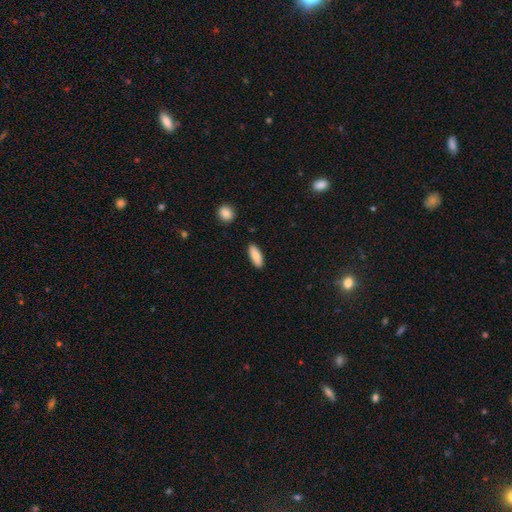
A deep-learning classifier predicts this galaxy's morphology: Smooth or featured: smooth — 85% (featured or disk — 9%)
How rounded: in between — 73% (cigar-shaped — 25%)
Merging: none — 88% (minor disturbance — 8%)